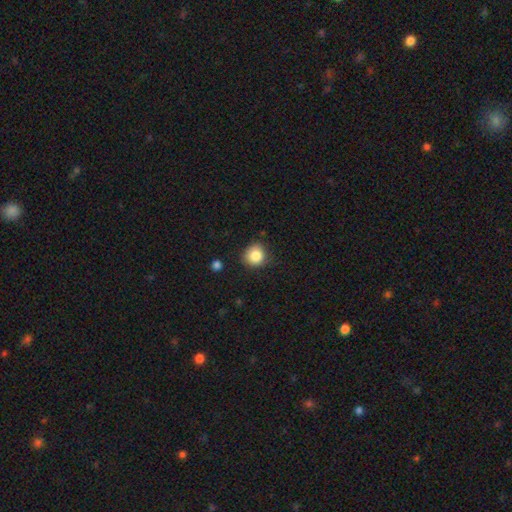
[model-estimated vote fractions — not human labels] smooth 85%, star or artifact 10%, featured or disk 5%. Down the decision tree: how rounded — round (87%); merging — none (79%).